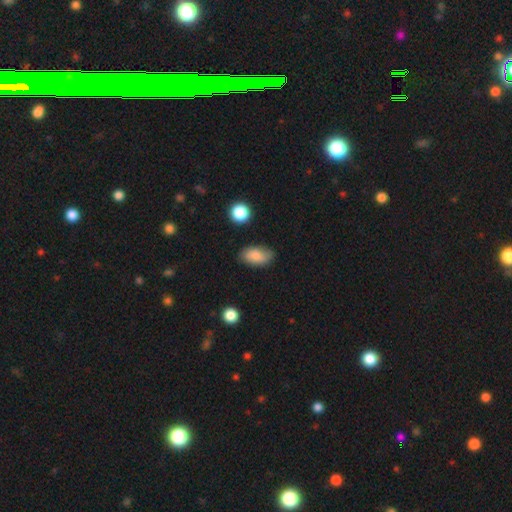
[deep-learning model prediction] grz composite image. It shows a smooth galaxy with no disk features (83%) that is in between round and cigar-shaped (92%). Merging: none (77%).